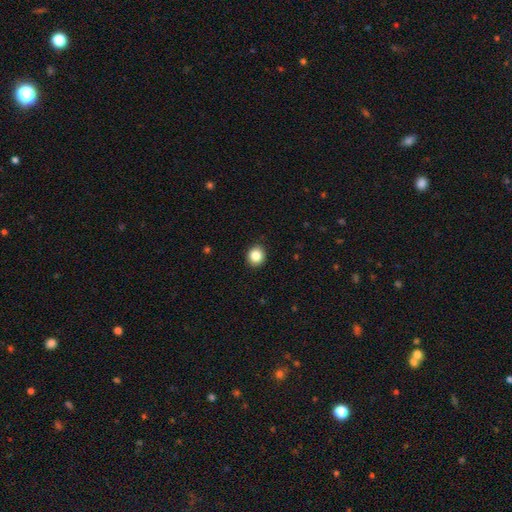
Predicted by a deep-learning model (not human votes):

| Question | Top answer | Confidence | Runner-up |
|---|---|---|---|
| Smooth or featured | smooth | 86% | star or artifact (9%) |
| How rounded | round | 81% | in between (18%) |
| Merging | none | 91% | minor disturbance (7%) |